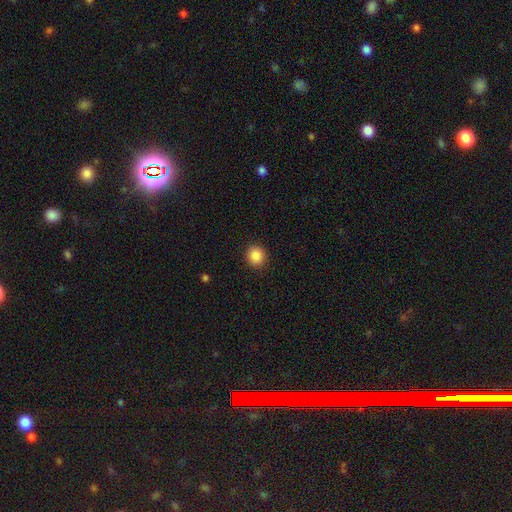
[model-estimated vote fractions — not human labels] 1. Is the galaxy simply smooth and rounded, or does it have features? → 87% smooth, 10% star or artifact, 3% featured or disk.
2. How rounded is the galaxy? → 89% round, 10% in between, 1% cigar-shaped.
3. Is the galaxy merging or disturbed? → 91% none, 6% minor disturbance, 2% major disturbance, 1% merger.